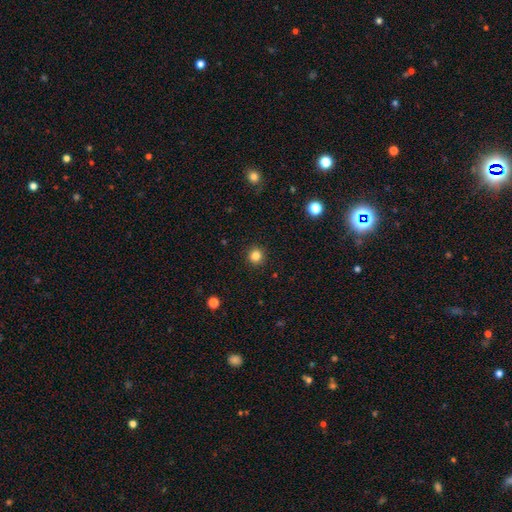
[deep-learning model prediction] Smooth or featured? Predicted: smooth (p=0.84). How rounded? Predicted: round (p=0.93). Merging? Predicted: none (p=0.92).